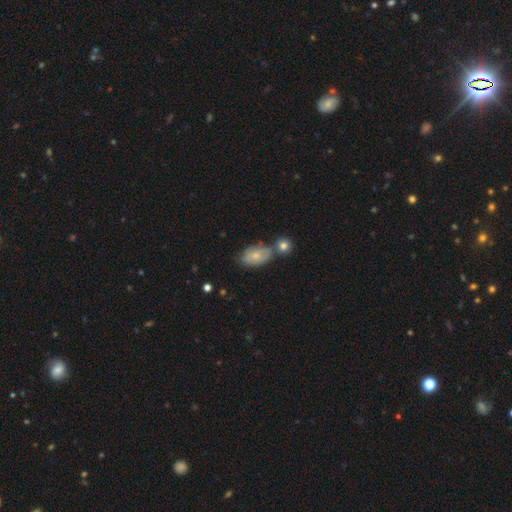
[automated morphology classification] A smooth galaxy with no disk features (67%) that is in between round and cigar-shaped (89%). Merging: none (44%).